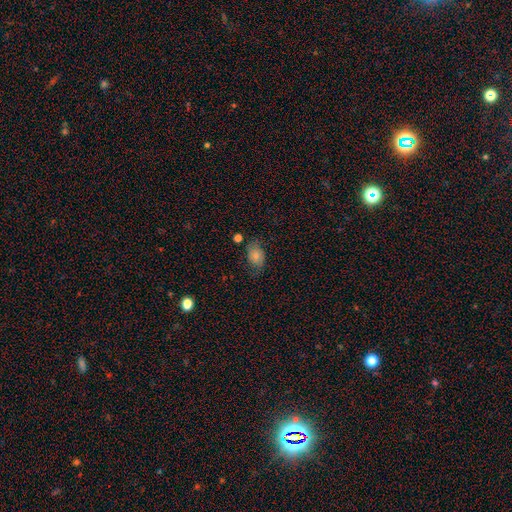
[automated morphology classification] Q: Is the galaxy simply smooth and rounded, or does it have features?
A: smooth — 78%.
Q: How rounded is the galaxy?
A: in between — 83%.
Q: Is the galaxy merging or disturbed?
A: none — 64%.